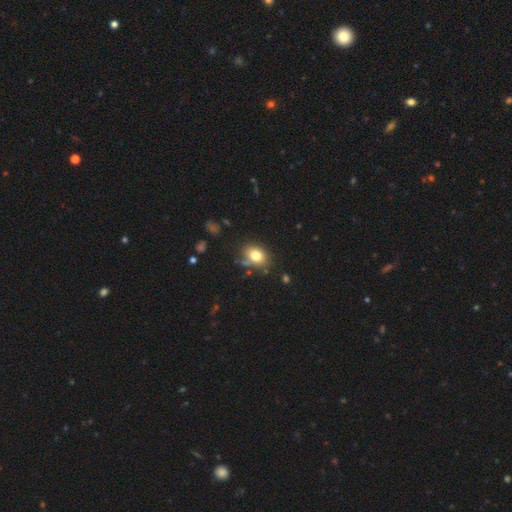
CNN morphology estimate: Smooth or featured: smooth — 79% (star or artifact — 11%)
How rounded: in between — 64% (round — 34%)
Merging: none — 71% (minor disturbance — 18%)